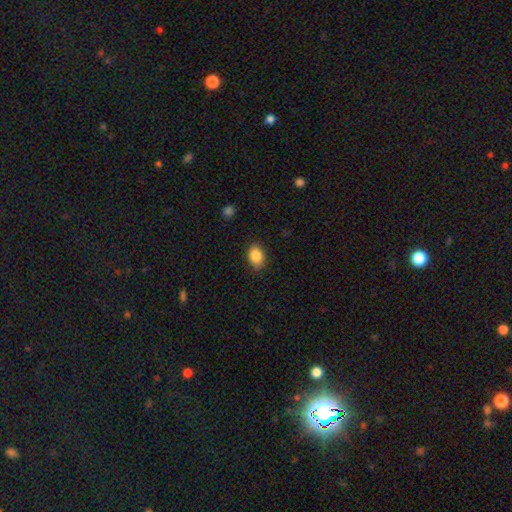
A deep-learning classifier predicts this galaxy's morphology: Smooth or featured? smooth (87%)
How rounded? in between (74%)
Merging? none (85%)